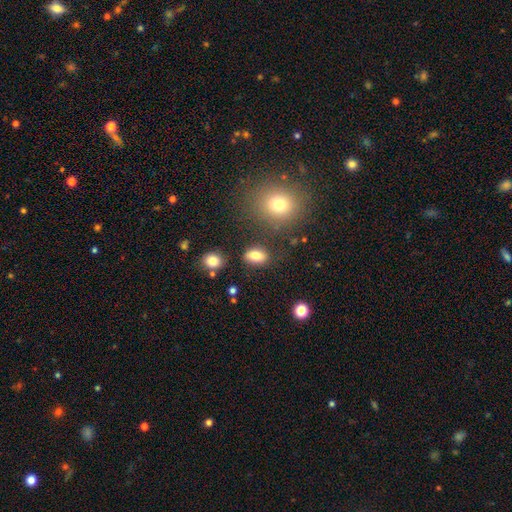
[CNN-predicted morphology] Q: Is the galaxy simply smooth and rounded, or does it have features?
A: smooth — 81%.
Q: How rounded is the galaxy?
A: in between — 84%.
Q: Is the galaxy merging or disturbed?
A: none — 81%.